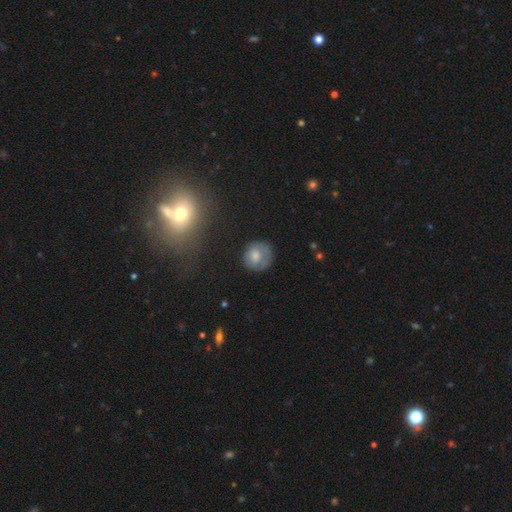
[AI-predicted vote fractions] Smooth or featured? Predicted: smooth (p=0.69). How rounded? Predicted: round (p=0.84). Merging? Predicted: none (p=0.68).